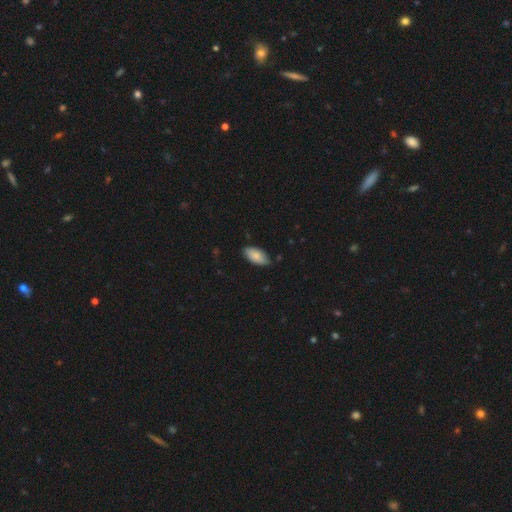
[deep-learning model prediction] This appears to be a smooth galaxy with no disk features (85%) that is in between round and cigar-shaped (92%). Merging: none (78%).